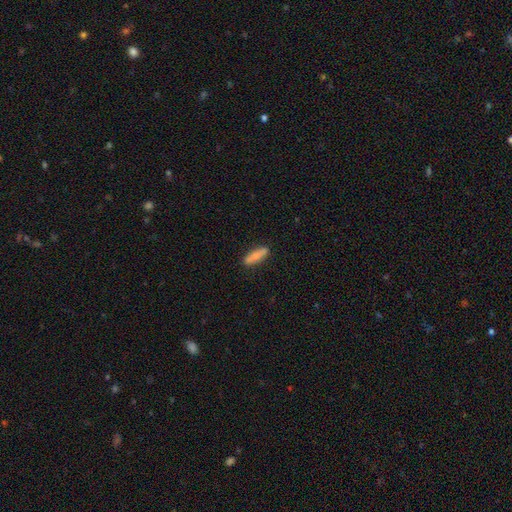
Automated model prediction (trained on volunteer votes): Morphology: type=smooth (83%); roundness=cigar-shaped (71%); merging=none (88%).